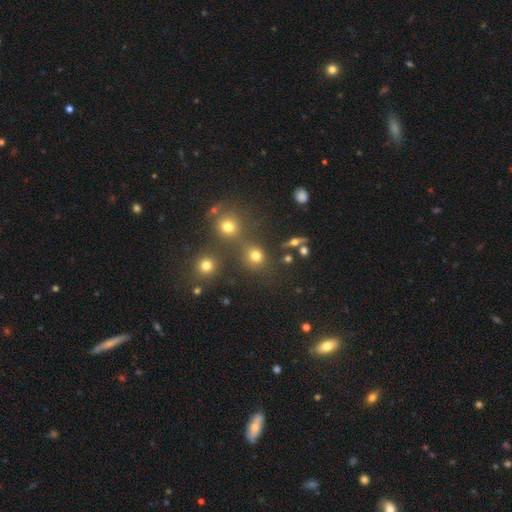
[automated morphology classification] Smooth or featured: smooth — 74% (star or artifact — 17%)
How rounded: round — 85% (in between — 13%)
Merging: none — 68% (merger — 18%)